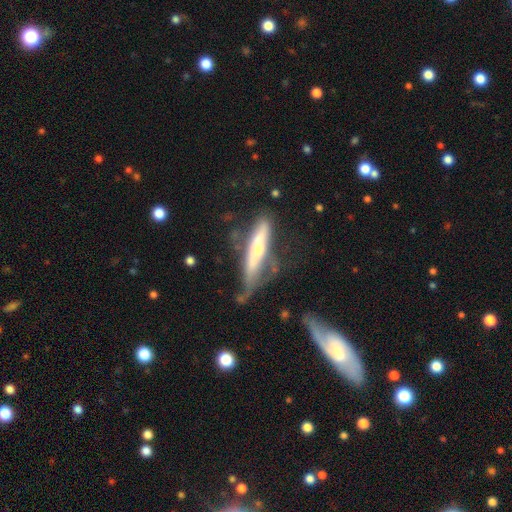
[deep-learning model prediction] Q: Smooth or featured?
A: featured or disk (65%); runner-up: smooth (29%)
Q: Edge-on disk?
A: yes (77%); runner-up: no (23%)
Q: Edge-on bulge?
A: rounded (74%); runner-up: none (18%)
Q: Merging?
A: none (43%); runner-up: minor disturbance (29%)